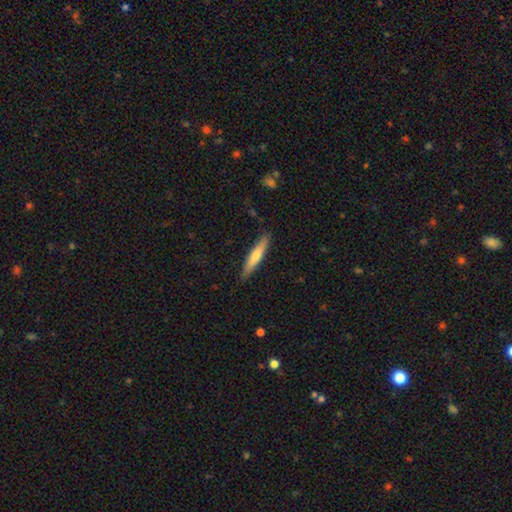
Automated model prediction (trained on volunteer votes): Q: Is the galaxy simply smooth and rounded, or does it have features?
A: smooth — 59%.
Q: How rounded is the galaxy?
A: cigar-shaped — 89%.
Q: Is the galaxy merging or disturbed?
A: none — 87%.